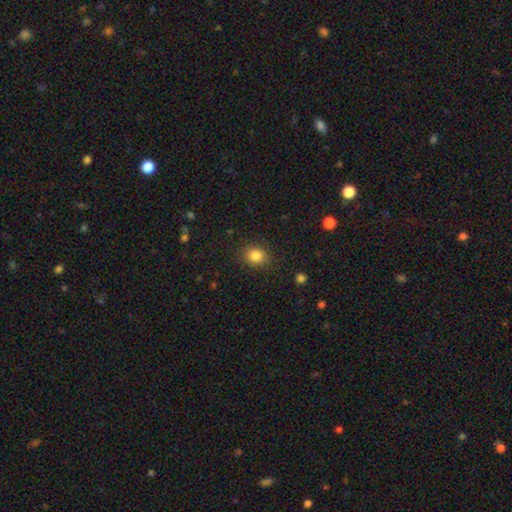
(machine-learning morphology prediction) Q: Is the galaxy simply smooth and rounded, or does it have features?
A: smooth — 84%.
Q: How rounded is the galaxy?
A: round — 65%.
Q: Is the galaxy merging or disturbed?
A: none — 86%.